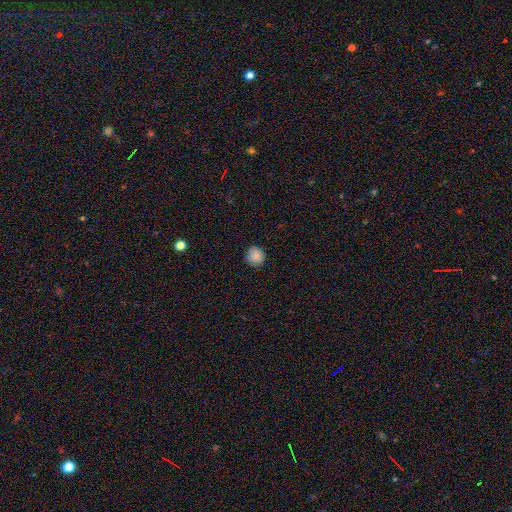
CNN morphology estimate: A smooth galaxy with no disk features (86%) that is round (94%).

Vote fractions:
- Smooth or featured? smooth: 86% / star or artifact: 10% / featured or disk: 4%
- How rounded? round: 94% / in between: 5% / cigar-shaped: 1%
- Merging? none: 89% / minor disturbance: 8% / major disturbance: 2% / merger: 1%